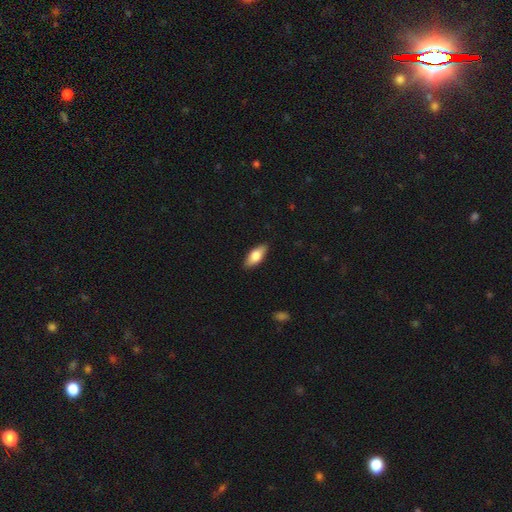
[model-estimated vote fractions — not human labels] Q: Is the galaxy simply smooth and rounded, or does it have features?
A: smooth — 76%.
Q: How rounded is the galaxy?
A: in between — 83%.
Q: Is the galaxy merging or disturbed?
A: none — 88%.